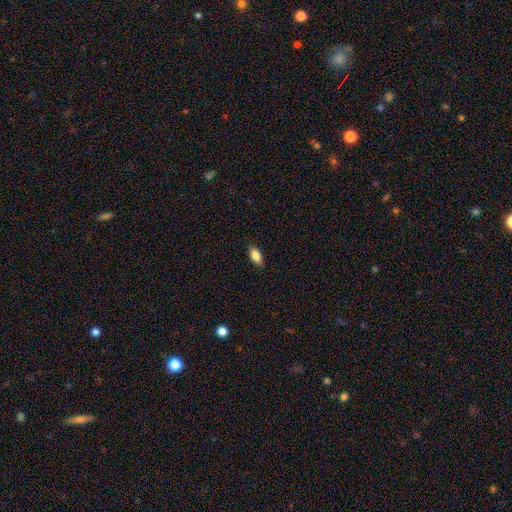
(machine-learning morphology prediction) A smooth galaxy with no disk features (84%) that is in between round and cigar-shaped (87%). Merging: none (87%).